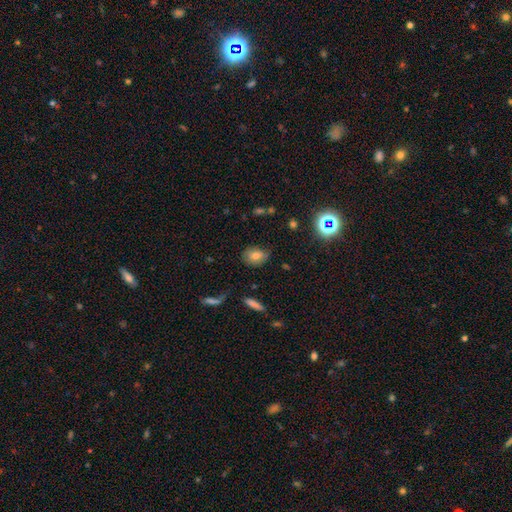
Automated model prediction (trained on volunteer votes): Overall: smooth (75%). How rounded: in between (68%; round 30%). Merging: none (71%).